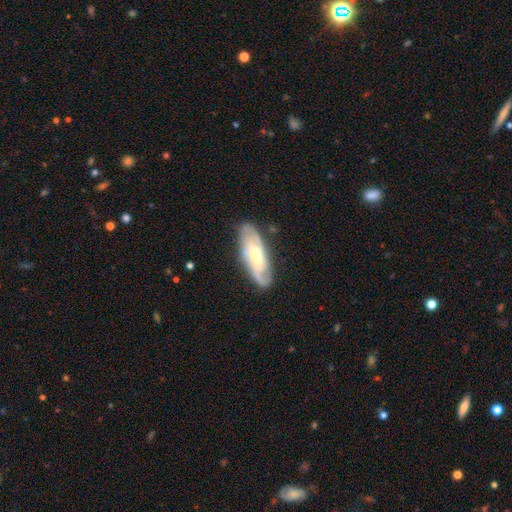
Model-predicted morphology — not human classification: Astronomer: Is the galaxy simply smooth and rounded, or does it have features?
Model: featured or disk — 75%.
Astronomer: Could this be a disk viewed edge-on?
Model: no — 88%.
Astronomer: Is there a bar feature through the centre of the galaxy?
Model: weak — 45% (runner-up: no, 39%).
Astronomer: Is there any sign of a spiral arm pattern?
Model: yes — 93%.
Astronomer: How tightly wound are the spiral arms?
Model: tight — 45% (runner-up: medium, 42%).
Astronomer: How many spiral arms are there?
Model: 2 — 48% (runner-up: can't tell, 27%).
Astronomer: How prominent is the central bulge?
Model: moderate — 49% (runner-up: small, 40%).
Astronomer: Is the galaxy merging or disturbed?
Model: none — 79%.